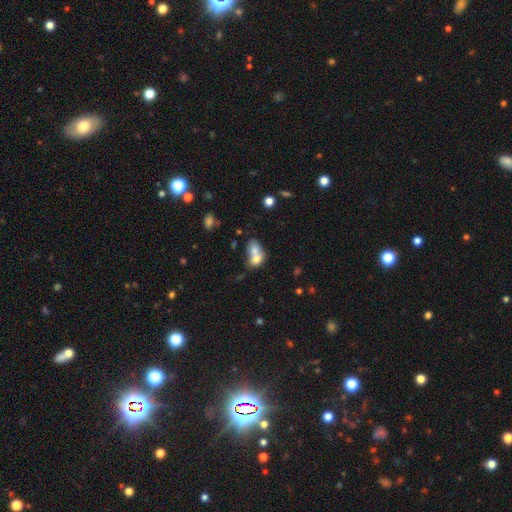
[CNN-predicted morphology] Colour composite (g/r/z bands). It shows a smooth galaxy with no disk features (68%) that is in between round and cigar-shaped (66%). Merging: merger (74%).